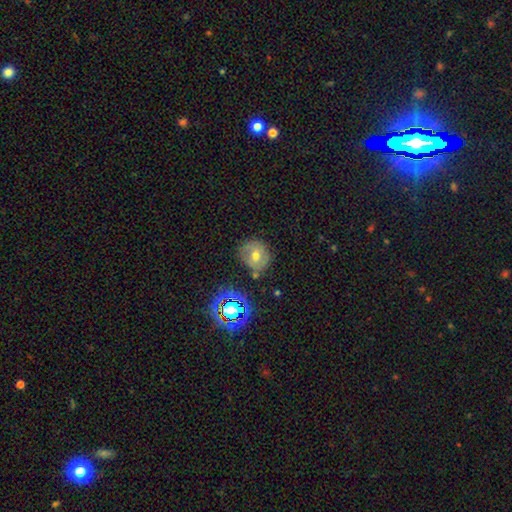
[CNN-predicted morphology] Smooth or featured: smooth — 54% (featured or disk — 28%)
How rounded: round — 81% (in between — 18%)
Merging: none — 68% (minor disturbance — 19%)